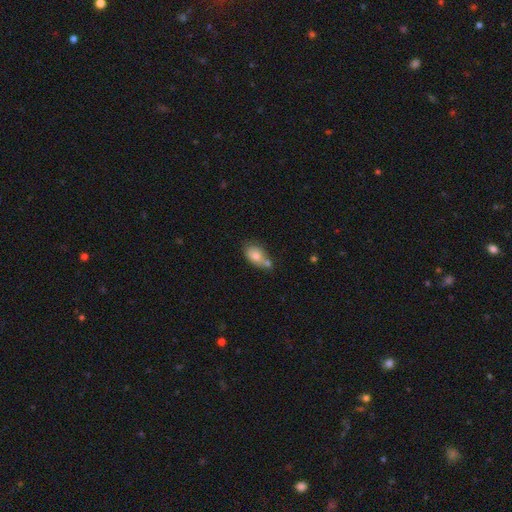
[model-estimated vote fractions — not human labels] This is likely a smooth galaxy (73%). How rounded: clearly in between (84%). Merging: marginally none (39%).